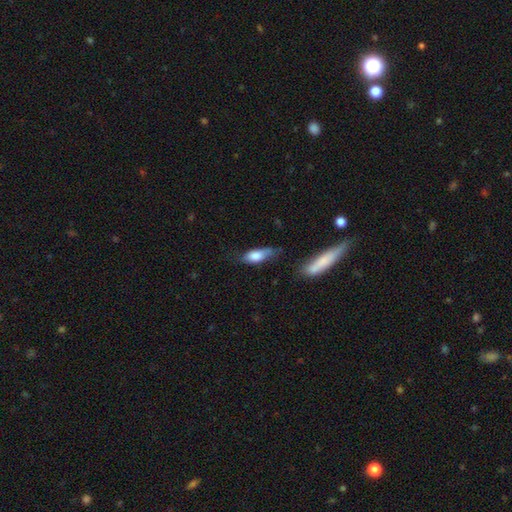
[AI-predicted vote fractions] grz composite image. It shows a smooth galaxy with no disk features (74%) that is in between round and cigar-shaped (70%). Merging: none (46%).